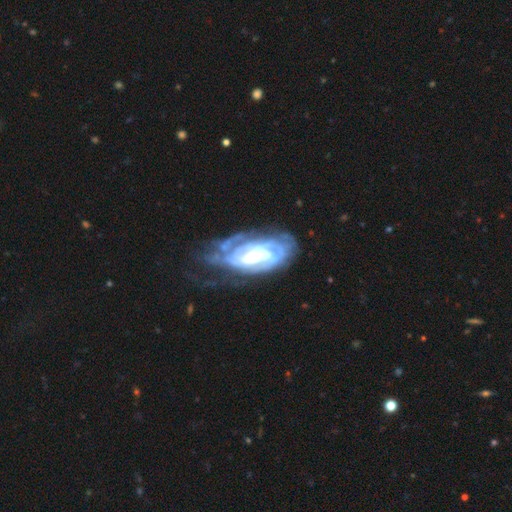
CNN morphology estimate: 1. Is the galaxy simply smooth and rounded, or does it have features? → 83% featured or disk, 11% smooth, 6% star or artifact.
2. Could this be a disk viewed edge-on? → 94% no, 6% yes.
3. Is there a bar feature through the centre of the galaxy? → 37% weak, 36% no, 27% strong.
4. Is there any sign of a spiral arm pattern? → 88% yes, 12% no.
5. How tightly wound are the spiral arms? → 63% tight, 28% medium, 9% loose.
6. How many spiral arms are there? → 46% can't tell, 27% 2, 12% 3, 6% 1, 6% 4, 4% more than 4.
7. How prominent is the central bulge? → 48% moderate, 25% small, 20% large, 5% none, 2% dominant.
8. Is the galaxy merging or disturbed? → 39% none, 30% major disturbance, 27% minor disturbance, 4% merger.